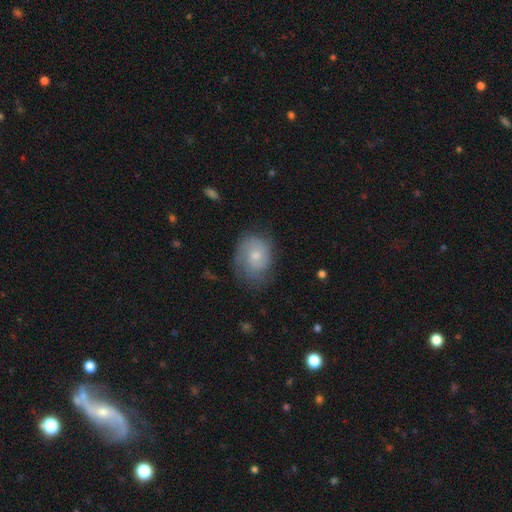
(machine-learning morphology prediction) The model was most divided on "smooth or featured": smooth: 48%, featured or disk: 45%, star or artifact: 8%. More confident: merging — none (63%).